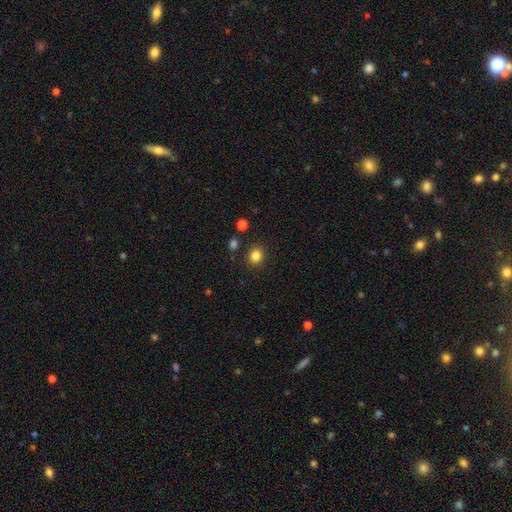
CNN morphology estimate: This is clearly a smooth galaxy (84%). How rounded: likely round (75%). Merging: clearly none (88%).